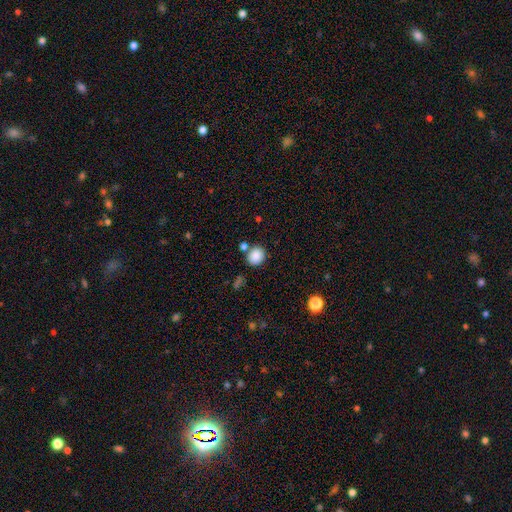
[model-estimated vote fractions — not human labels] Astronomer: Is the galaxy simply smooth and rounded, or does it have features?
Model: smooth — 86%.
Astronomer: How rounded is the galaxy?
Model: round — 69%.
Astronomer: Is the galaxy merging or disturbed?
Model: none — 73%.